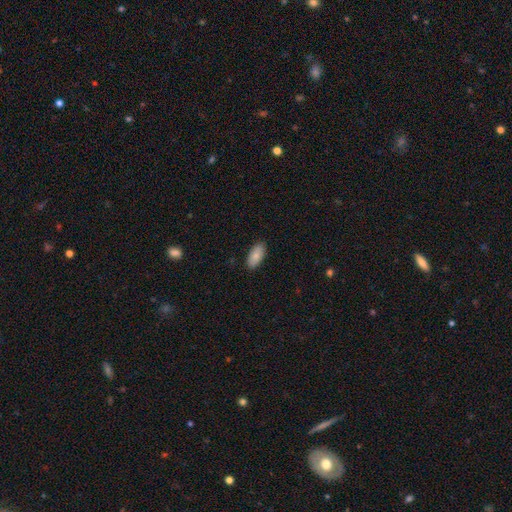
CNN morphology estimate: smooth 86%, featured or disk 8%, star or artifact 6%. Down the decision tree: how rounded — in between (91%); merging — none (89%).